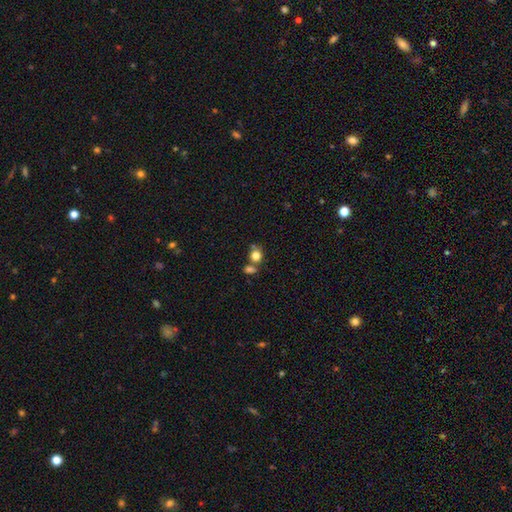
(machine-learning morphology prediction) Smooth or featured: smooth — 79% (star or artifact — 12%)
How rounded: round — 70% (in between — 29%)
Merging: none — 56% (merger — 28%)